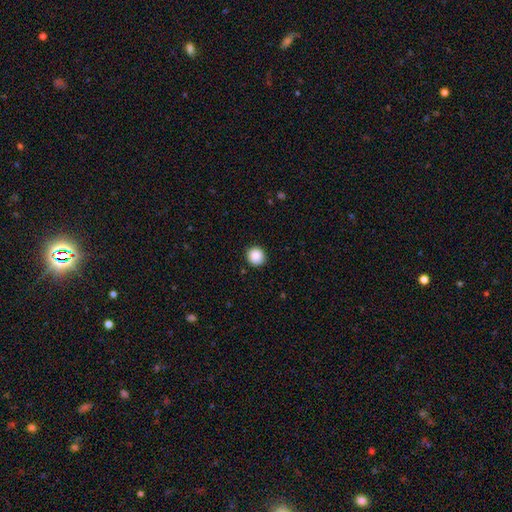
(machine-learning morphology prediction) A smooth galaxy with no disk features (88%) that is round (90%). Merging: none (91%).